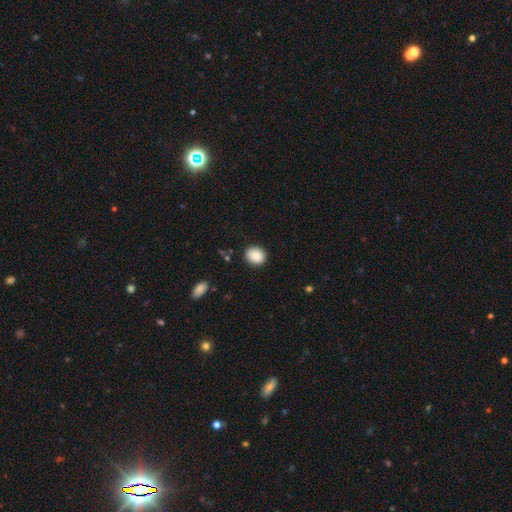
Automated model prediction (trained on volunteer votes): Smooth or featured? Predicted: smooth (p=0.88). How rounded? Predicted: round (p=0.66). Merging? Predicted: none (p=0.88).